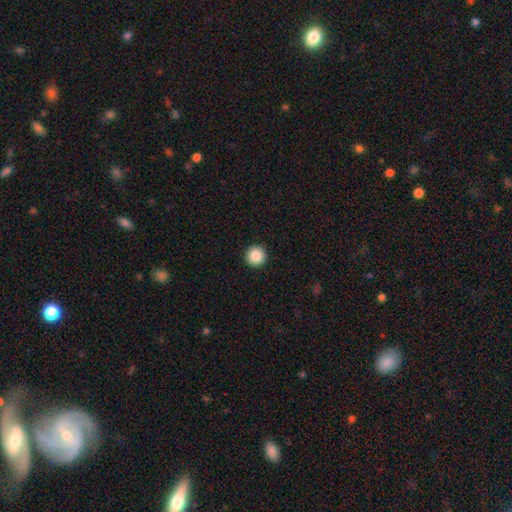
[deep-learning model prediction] The model was most divided on "smooth or featured": smooth: 87%, star or artifact: 9%, featured or disk: 4%. More confident: how rounded — round (96%); merging — none (94%).